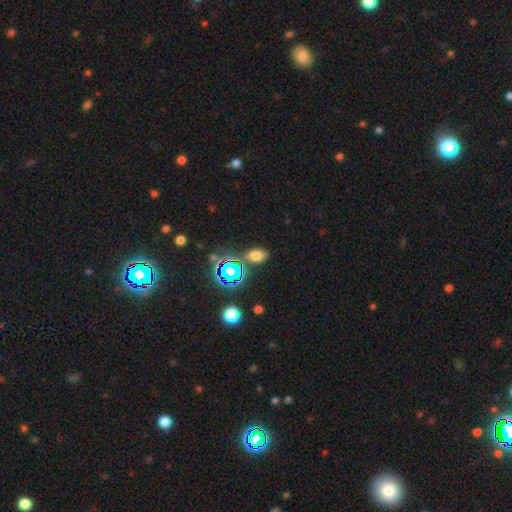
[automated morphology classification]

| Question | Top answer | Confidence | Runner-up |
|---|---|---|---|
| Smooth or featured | smooth | 62% | star or artifact (30%) |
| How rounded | in between | 84% | round (13%) |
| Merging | none | 77% | minor disturbance (13%) |